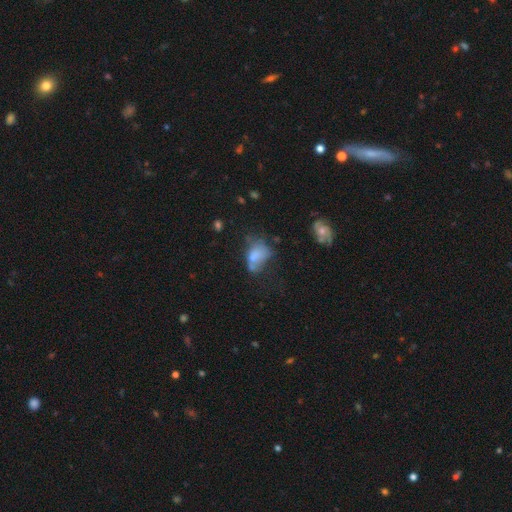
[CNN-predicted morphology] smooth-or-featured: smooth: 61% | featured or disk: 26% | star or artifact: 13%
  how-rounded: in between: 79% | round: 19% | cigar-shaped: 2%
  merging: major disturbance: 32% | none: 25% | minor disturbance: 23% | merger: 20%